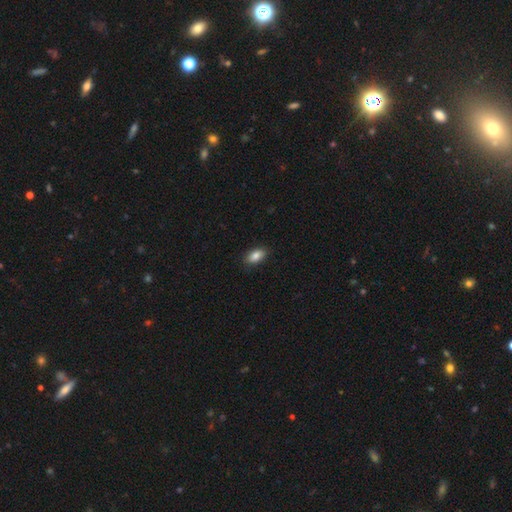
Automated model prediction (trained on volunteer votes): Smooth or featured? smooth (85%)
How rounded? in between (91%)
Merging? none (88%)